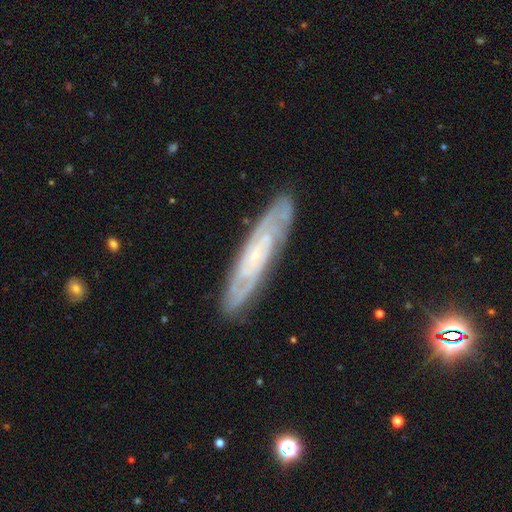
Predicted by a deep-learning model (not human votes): This is likely a featured or disk galaxy (78%). It is likely not viewed edge-on (69%). Bar: likely no (66%). Spiral arm pattern: clearly yes (93%). Spiral arm count: possibly can't tell (47%). Spiral winding: likely tight (71%). Central bulge: clearly small (81%). Merging: clearly none (85%).